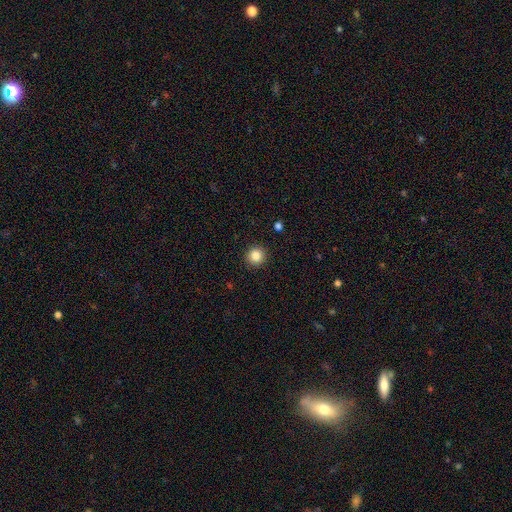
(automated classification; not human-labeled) This is clearly a smooth galaxy (85%). How rounded: clearly round (94%). Merging: clearly none (92%).